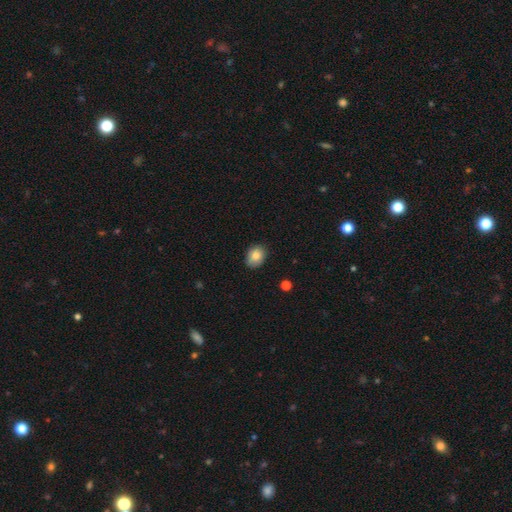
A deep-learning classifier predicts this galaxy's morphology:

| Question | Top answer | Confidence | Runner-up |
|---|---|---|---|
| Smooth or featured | smooth | 85% | star or artifact (8%) |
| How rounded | in between | 59% | round (40%) |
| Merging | none | 84% | minor disturbance (13%) |